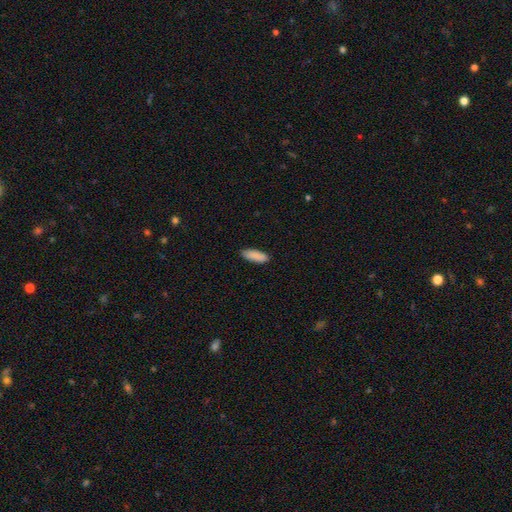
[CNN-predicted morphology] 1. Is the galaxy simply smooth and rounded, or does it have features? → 90% smooth, 6% star or artifact, 4% featured or disk.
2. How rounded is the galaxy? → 66% in between, 33% cigar-shaped, 2% round.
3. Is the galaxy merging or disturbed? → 87% none, 10% minor disturbance, 2% major disturbance, 1% merger.